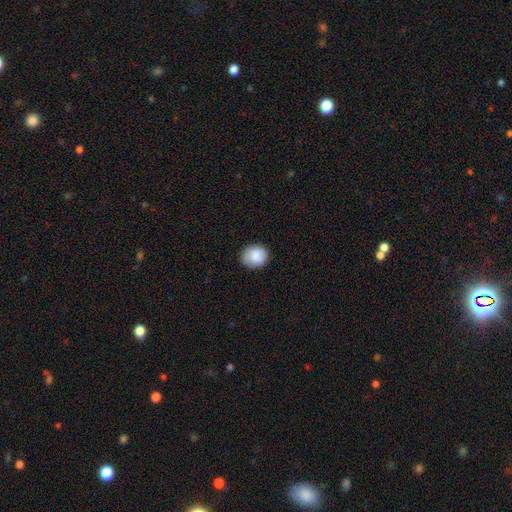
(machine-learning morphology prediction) Smooth or featured? smooth (84%)
How rounded? round (77%)
Merging? none (83%)